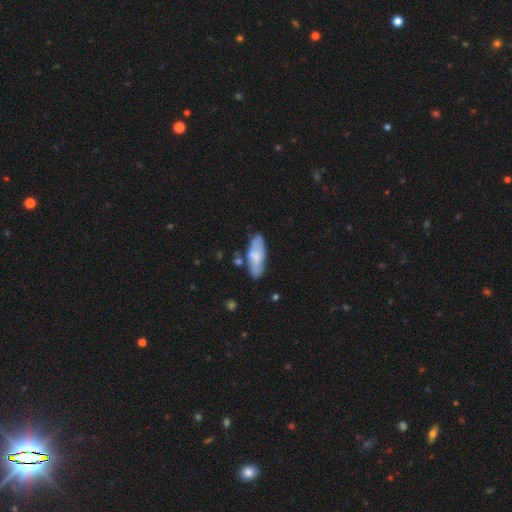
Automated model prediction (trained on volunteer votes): smooth_or_featured: smooth (p=0.61) [alt: featured or disk p=0.33]
how_rounded: in between (p=0.69) [alt: cigar-shaped p=0.29]
merging: none (p=0.70) [alt: minor disturbance p=0.19]